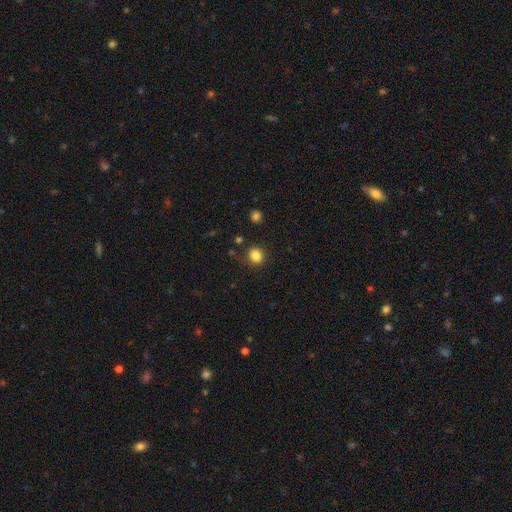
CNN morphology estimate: This appears to be a smooth galaxy with no disk features (84%) that is round (60%). Merging: none (80%).